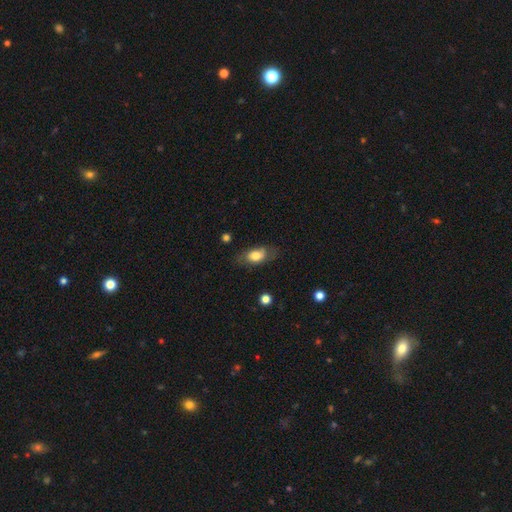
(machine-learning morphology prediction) Q: Smooth or featured?
A: smooth (73%); runner-up: featured or disk (20%)
Q: How rounded?
A: in between (85%); runner-up: round (9%)
Q: Merging?
A: none (69%); runner-up: minor disturbance (21%)